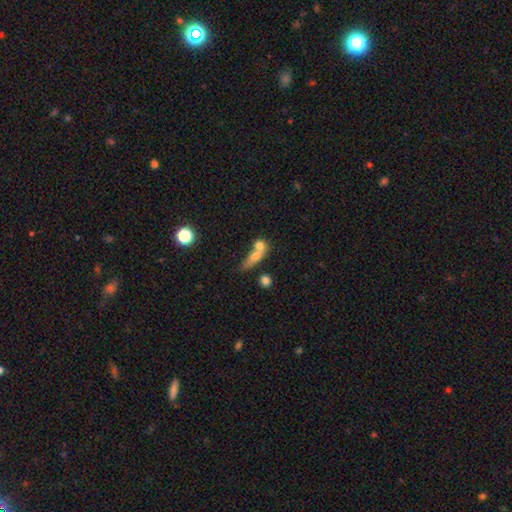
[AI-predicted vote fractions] Smooth or featured?
  - smooth: 64% *
  - featured or disk: 25%
  - star or artifact: 11%
How rounded?
  - in between: 41% *
  - round: 33%
  - cigar-shaped: 26%
Merging?
  - merger: 60% *
  - none: 24%
  - minor disturbance: 9%
  - major disturbance: 7%